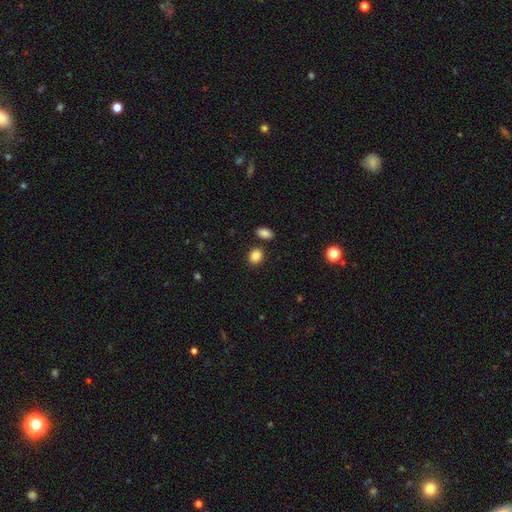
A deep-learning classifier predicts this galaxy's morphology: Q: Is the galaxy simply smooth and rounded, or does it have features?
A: smooth — 87%.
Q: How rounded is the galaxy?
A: round — 60%.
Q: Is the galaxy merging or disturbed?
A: none — 83%.